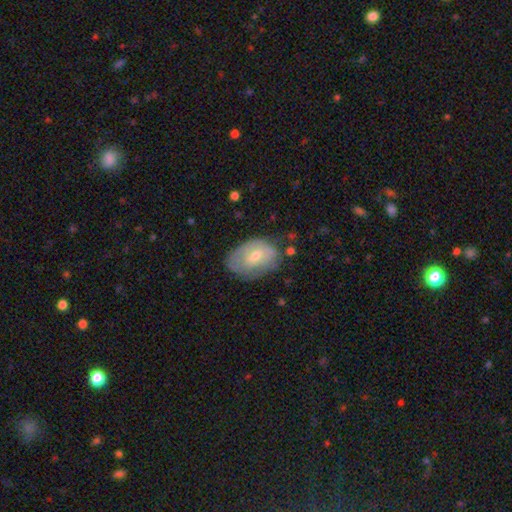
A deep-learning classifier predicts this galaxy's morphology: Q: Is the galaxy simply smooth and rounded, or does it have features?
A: smooth — 48%.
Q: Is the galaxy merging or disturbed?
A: none — 57%.